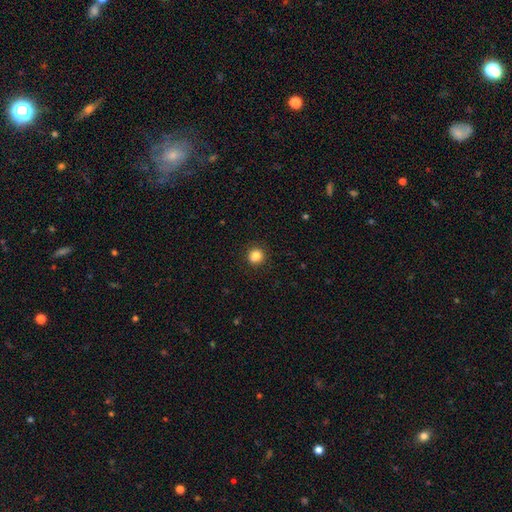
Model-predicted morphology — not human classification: This is clearly a smooth galaxy (84%). How rounded: clearly round (92%). Merging: clearly none (90%).